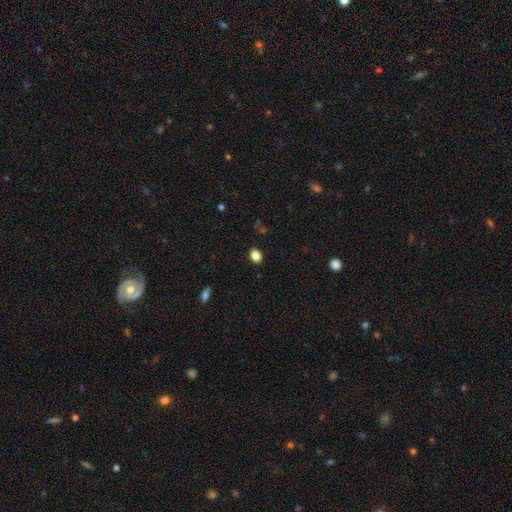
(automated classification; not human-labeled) smooth_or_featured: smooth (p=0.85) [alt: star or artifact p=0.11]
how_rounded: in between (p=0.64) [alt: round p=0.35]
merging: none (p=0.89) [alt: minor disturbance p=0.08]